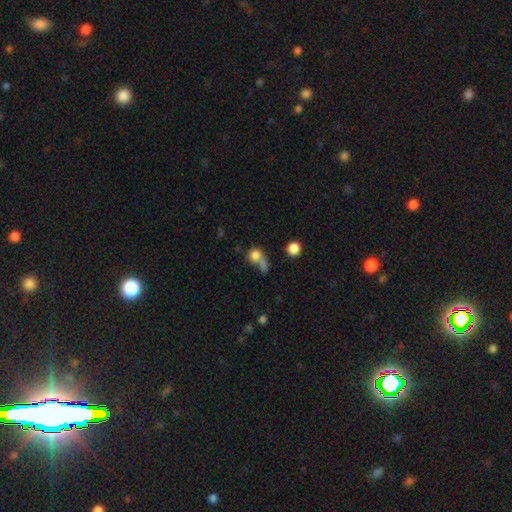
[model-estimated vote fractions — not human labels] A smooth galaxy with no disk features (76%) that is round (77%).

Vote fractions:
- Smooth or featured? smooth: 76% / star or artifact: 13% / featured or disk: 11%
- How rounded? round: 77% / in between: 21% / cigar-shaped: 2%
- Merging? merger: 45% / none: 34% / major disturbance: 11% / minor disturbance: 10%